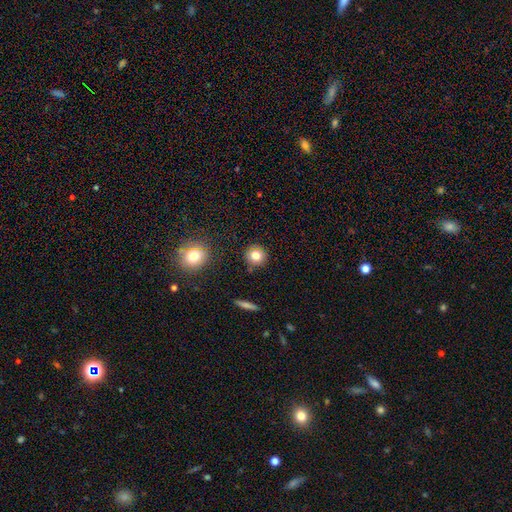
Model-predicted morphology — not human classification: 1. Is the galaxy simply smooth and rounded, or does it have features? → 80% smooth, 11% star or artifact, 9% featured or disk.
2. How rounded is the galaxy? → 92% round, 7% in between, 1% cigar-shaped.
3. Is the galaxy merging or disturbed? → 88% none, 7% minor disturbance, 3% merger, 2% major disturbance.